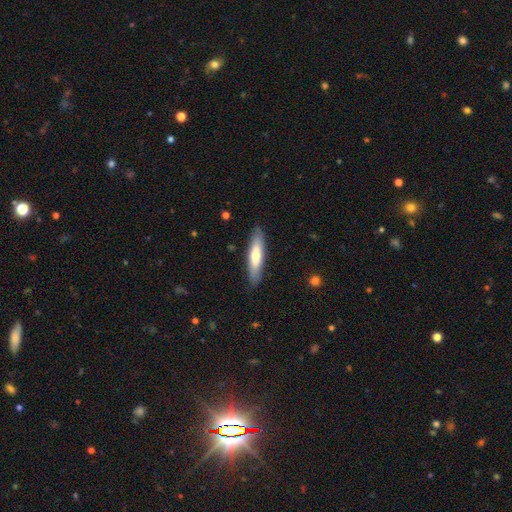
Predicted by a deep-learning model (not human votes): Smooth or featured: smooth — 64% (featured or disk — 31%)
How rounded: cigar-shaped — 78% (in between — 21%)
Merging: none — 88% (minor disturbance — 9%)